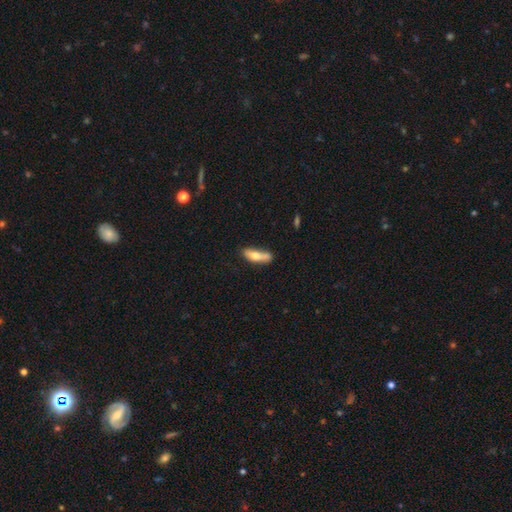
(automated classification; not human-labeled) A smooth galaxy with no disk features (69%) that is cigar-shaped (49%). Merging: none (50%).